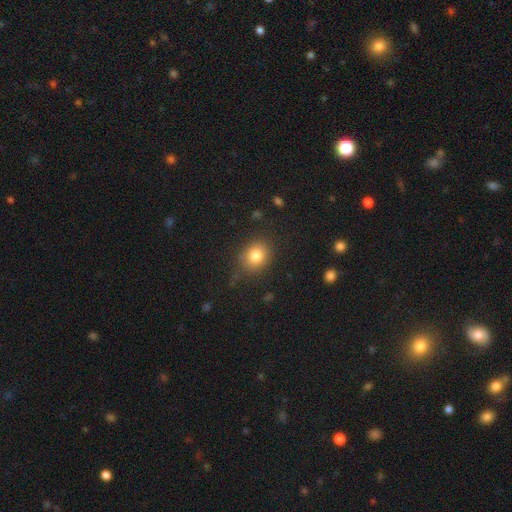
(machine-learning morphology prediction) smooth_or_featured: smooth (p=0.81) [alt: star or artifact p=0.11]
how_rounded: round (p=0.67) [alt: in between p=0.32]
merging: none (p=0.81) [alt: minor disturbance p=0.13]